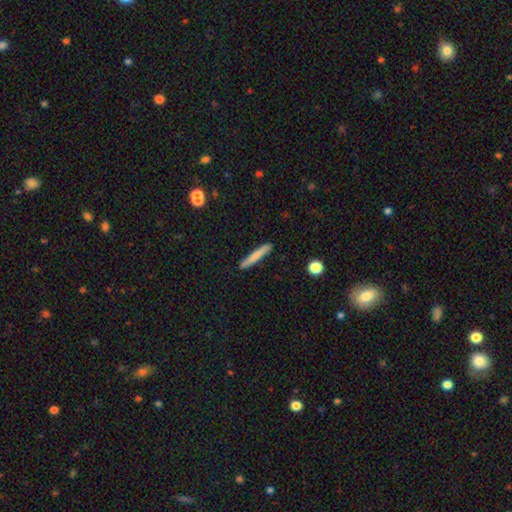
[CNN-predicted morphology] A smooth galaxy with no disk features (72%) that is cigar-shaped (95%). Merging: none (89%).